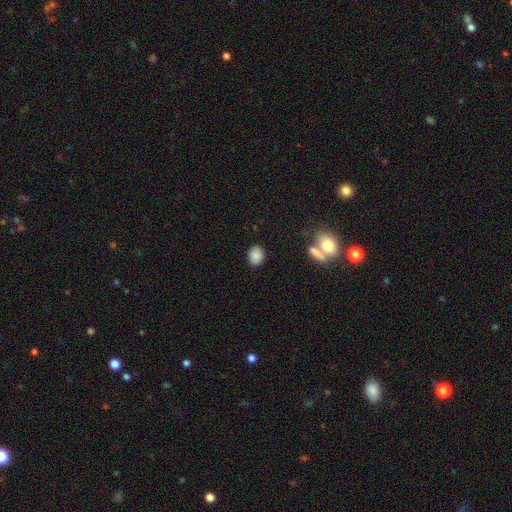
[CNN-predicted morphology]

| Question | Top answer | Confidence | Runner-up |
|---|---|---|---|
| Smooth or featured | smooth | 86% | star or artifact (9%) |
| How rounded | in between | 56% | round (42%) |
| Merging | none | 85% | minor disturbance (9%) |